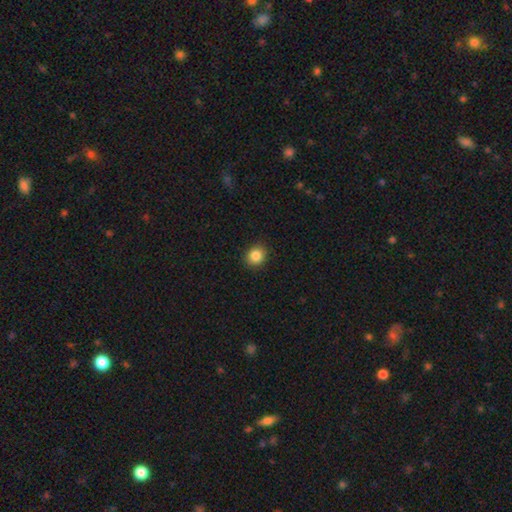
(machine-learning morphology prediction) Smooth or featured: smooth — 86% (star or artifact — 10%)
How rounded: round — 74% (in between — 25%)
Merging: none — 90% (minor disturbance — 7%)